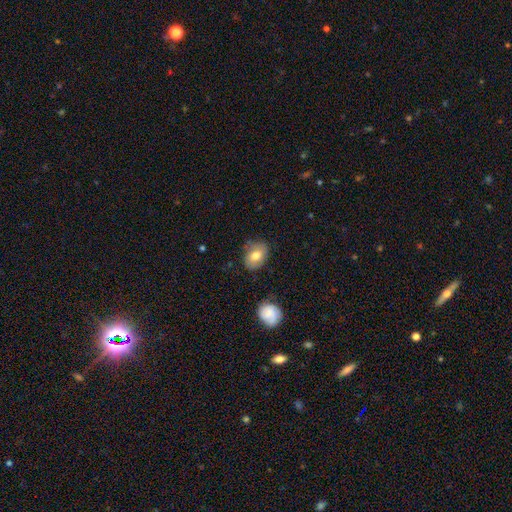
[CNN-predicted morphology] A smooth galaxy with no disk features (75%) that is in between round and cigar-shaped (68%).

Vote fractions:
- Smooth or featured? smooth: 75% / featured or disk: 18% / star or artifact: 8%
- How rounded? in between: 68% / round: 31% / cigar-shaped: 1%
- Merging? none: 70% / minor disturbance: 23% / major disturbance: 5% / merger: 2%